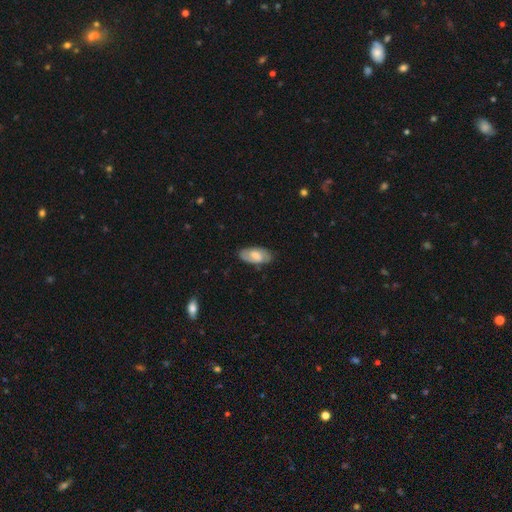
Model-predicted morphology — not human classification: smooth_or_featured: smooth (p=0.48) [alt: featured or disk p=0.46]
merging: none (p=0.80) [alt: minor disturbance p=0.15]